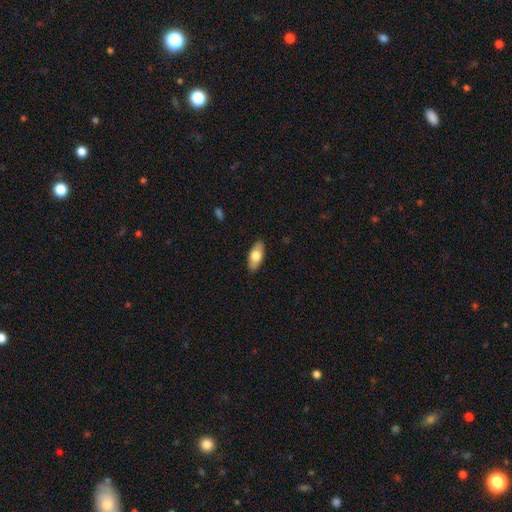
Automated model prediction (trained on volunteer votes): The model was most divided on "smooth or featured": smooth: 71%, featured or disk: 23%, star or artifact: 6%. More confident: merging — none (88%); how rounded — in between (84%).